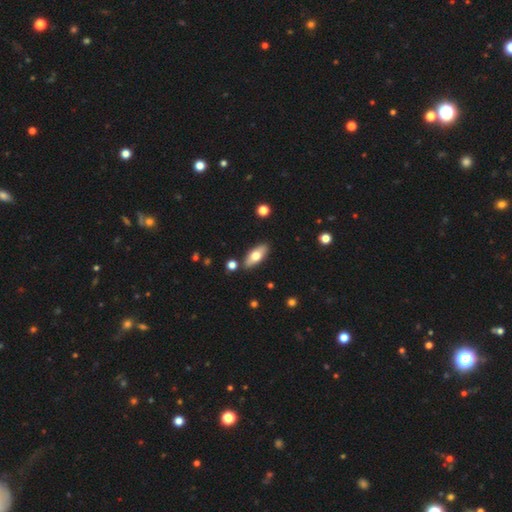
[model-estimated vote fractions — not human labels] A smooth galaxy with no disk features (64%) that is in between round and cigar-shaped (76%).

Vote fractions:
- Smooth or featured? smooth: 64% / featured or disk: 30% / star or artifact: 6%
- How rounded? in between: 76% / cigar-shaped: 21% / round: 3%
- Merging? none: 85% / minor disturbance: 10% / merger: 4% / major disturbance: 2%